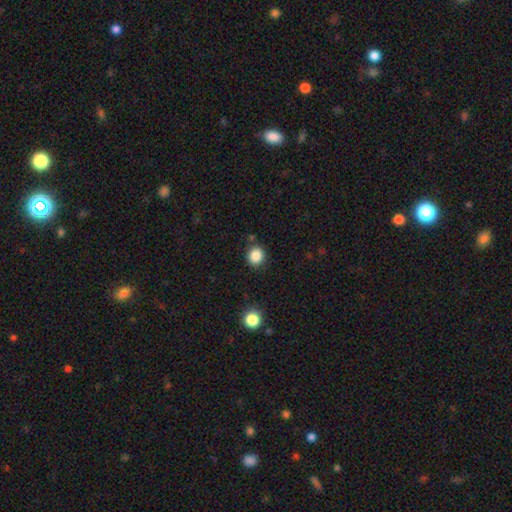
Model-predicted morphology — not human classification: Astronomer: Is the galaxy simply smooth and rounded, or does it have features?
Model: smooth — 86%.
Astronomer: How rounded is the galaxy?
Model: round — 86%.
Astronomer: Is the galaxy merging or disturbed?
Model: none — 87%.